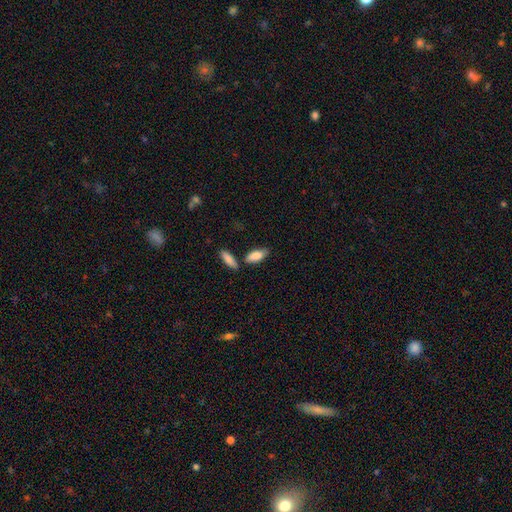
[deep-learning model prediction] A smooth galaxy with no disk features (83%) that is in between round and cigar-shaped (79%).

Vote fractions:
- Smooth or featured? smooth: 83% / featured or disk: 11% / star or artifact: 6%
- How rounded? in between: 79% / cigar-shaped: 19% / round: 2%
- Merging? none: 67% / minor disturbance: 16% / merger: 13% / major disturbance: 4%